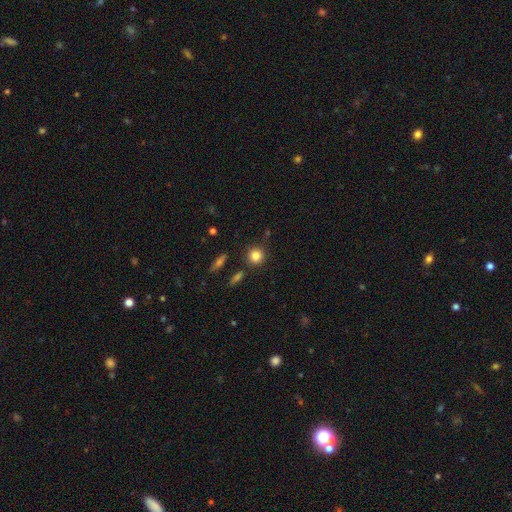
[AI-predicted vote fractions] smooth 84%, star or artifact 10%, featured or disk 6%. Down the decision tree: how rounded — round (91%); merging — none (84%).